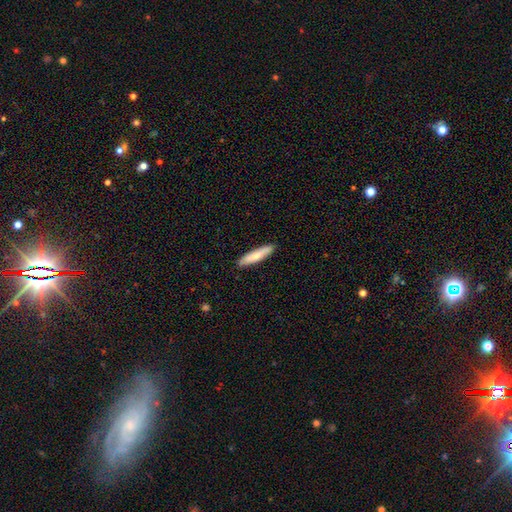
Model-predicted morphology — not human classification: smooth-or-featured: smooth: 71% | featured or disk: 24% | star or artifact: 5%
  how-rounded: cigar-shaped: 85% | in between: 14% | round: 1%
  merging: none: 89% | minor disturbance: 8% | major disturbance: 1% | merger: 1%